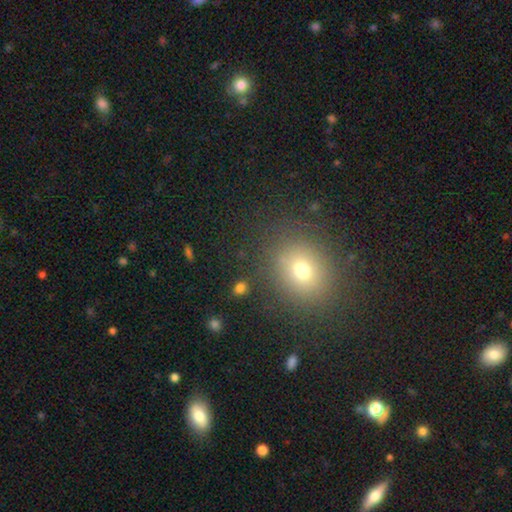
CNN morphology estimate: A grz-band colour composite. It shows a smooth galaxy with no disk features (66%) that is round (69%). Merging: none (89%).